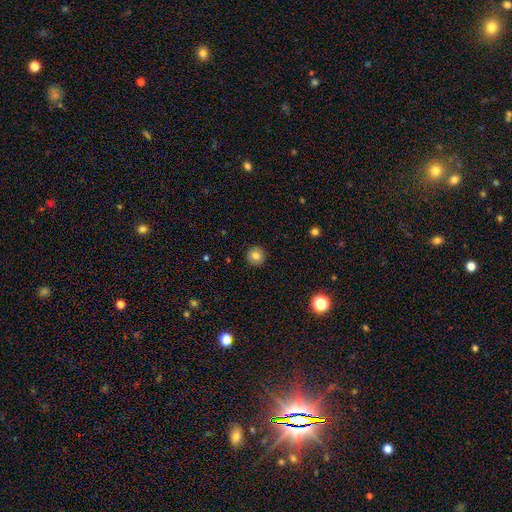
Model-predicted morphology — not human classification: This is clearly a smooth galaxy (81%). How rounded: clearly round (95%). Merging: clearly none (92%).